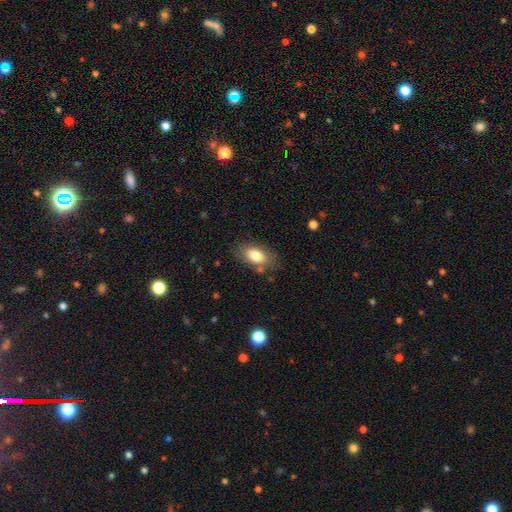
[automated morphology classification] This appears to be a smooth galaxy with no disk features (78%) that is in between round and cigar-shaped (89%). Merging: none (78%).